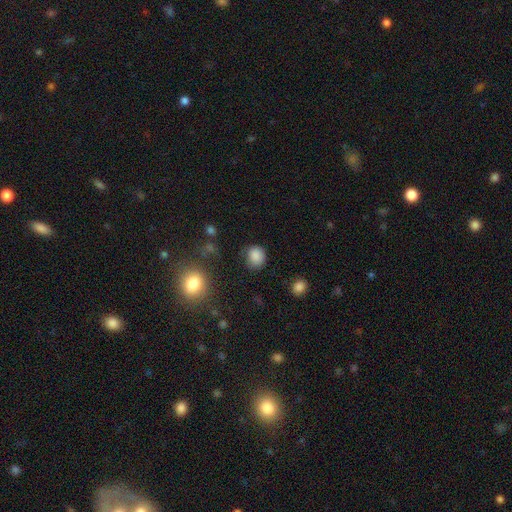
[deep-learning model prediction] Smooth or featured?
  - smooth: 85% *
  - star or artifact: 10%
  - featured or disk: 4%
How rounded?
  - round: 79% *
  - in between: 20%
  - cigar-shaped: 1%
Merging?
  - none: 76% *
  - minor disturbance: 17%
  - major disturbance: 5%
  - merger: 2%